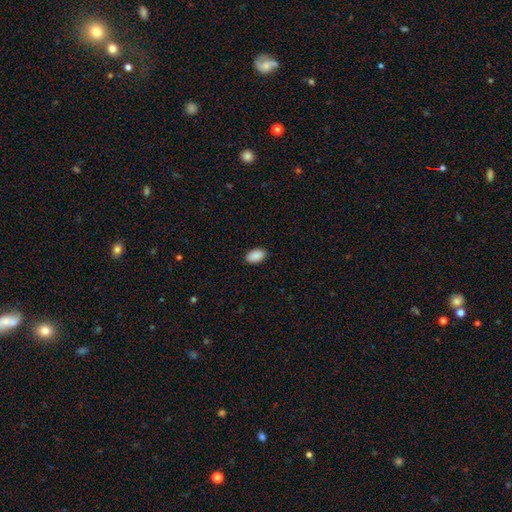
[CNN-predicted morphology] Overall: smooth (90%). How rounded: in between (94%). Merging: none (88%).